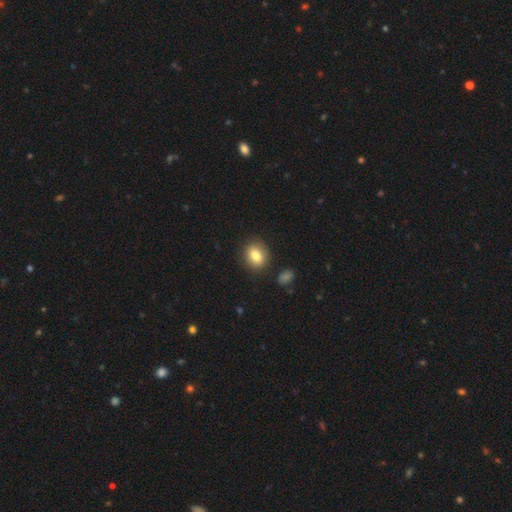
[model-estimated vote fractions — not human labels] A smooth galaxy with no disk features (81%) that is in between round and cigar-shaped (51%). Merging: none (85%).